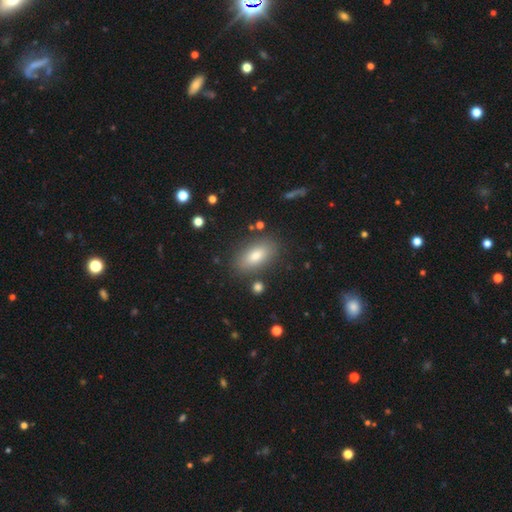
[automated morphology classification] type=smooth (78%); roundness=in between (88%); merging=none (84%).